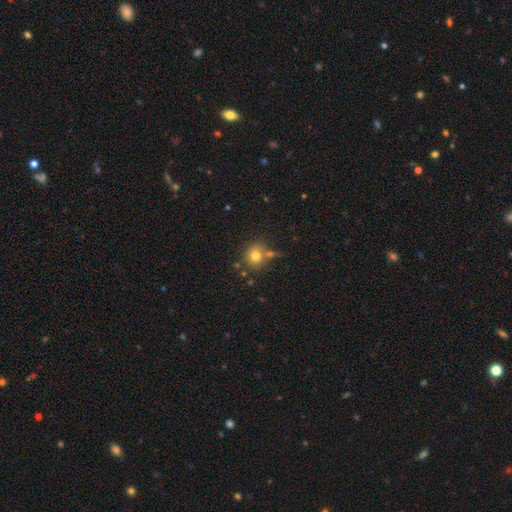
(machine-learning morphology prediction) Smooth or featured? smooth (76%)
How rounded? round (87%)
Merging? none (68%)